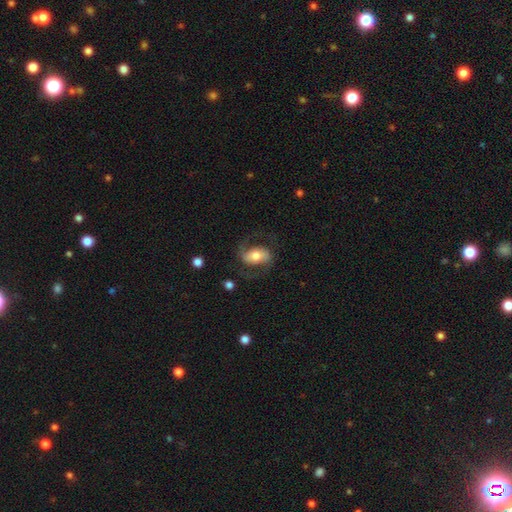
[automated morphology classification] Smooth or featured? featured or disk (65%)
Edge-on disk? no (96%)
Bar? strong (36%)
Spiral arms? yes (88%)
Spiral winding? medium (50%)
Spiral arm count? 2 (89%)
Bulge size? moderate (62%)
Merging? none (67%)